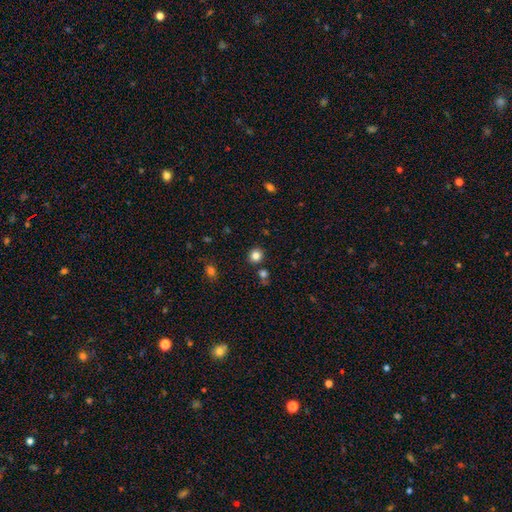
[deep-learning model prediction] Smooth or featured? smooth (83%)
How rounded? round (88%)
Merging? none (86%)